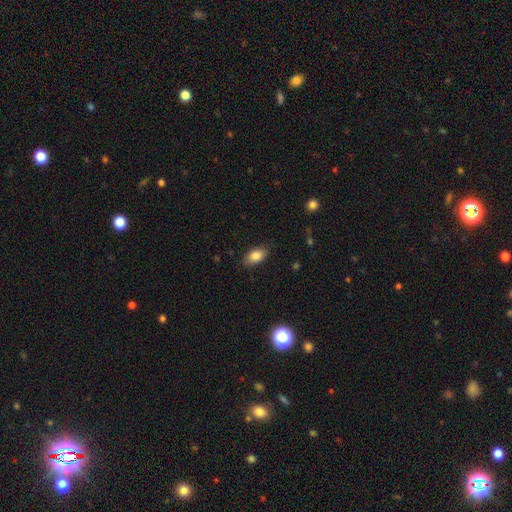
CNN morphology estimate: smooth 84%, star or artifact 8%, featured or disk 8%. Down the decision tree: how rounded — in between (90%); merging — none (84%).